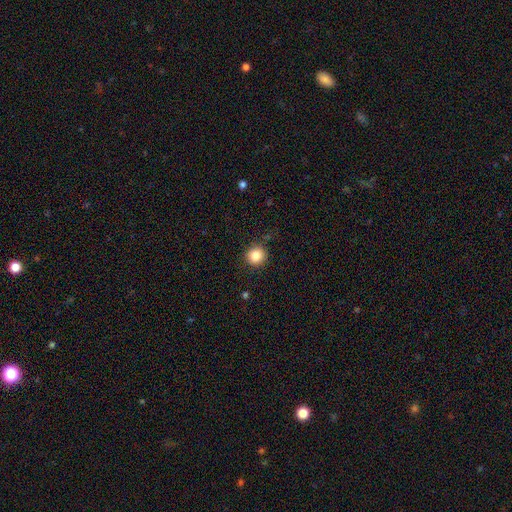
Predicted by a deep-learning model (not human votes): This appears to be a smooth galaxy with no disk features (85%) that is round (91%). Merging: none (88%).